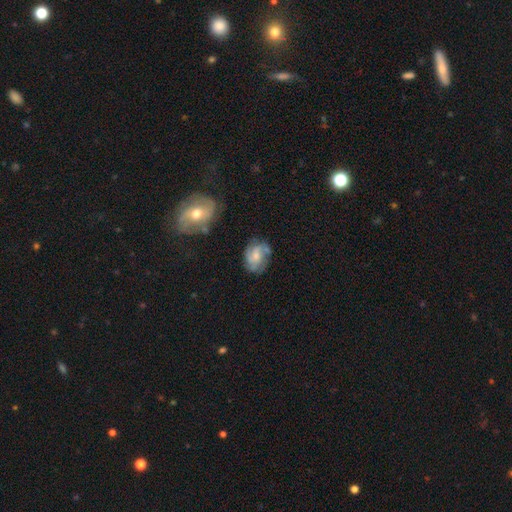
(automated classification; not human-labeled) smooth_or_featured: featured or disk (p=0.65) [alt: smooth p=0.27]
disk_edge_on: no (p=0.97) [alt: yes p=0.03]
bar: no (p=0.62) [alt: weak p=0.33]
has_spiral_arms: yes (p=0.86) [alt: no p=0.14]
spiral_winding: medium (p=0.45) [alt: tight p=0.32]
spiral_arm_count: 3 (p=0.34) [alt: can't tell p=0.25]
bulge_size: moderate (p=0.44) [alt: small p=0.37]
merging: none (p=0.63) [alt: minor disturbance p=0.22]